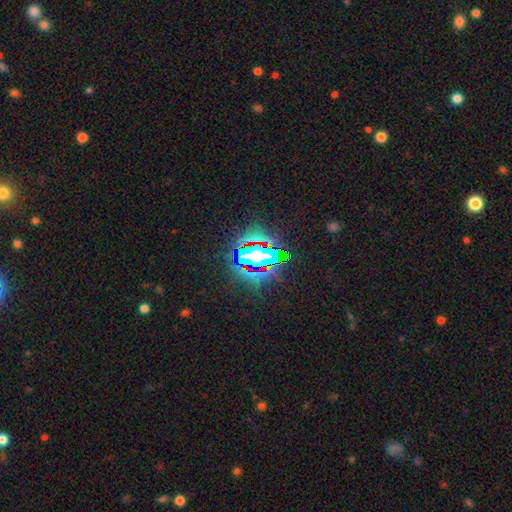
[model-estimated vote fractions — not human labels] Smooth or featured? Predicted: star or artifact (p=0.72).